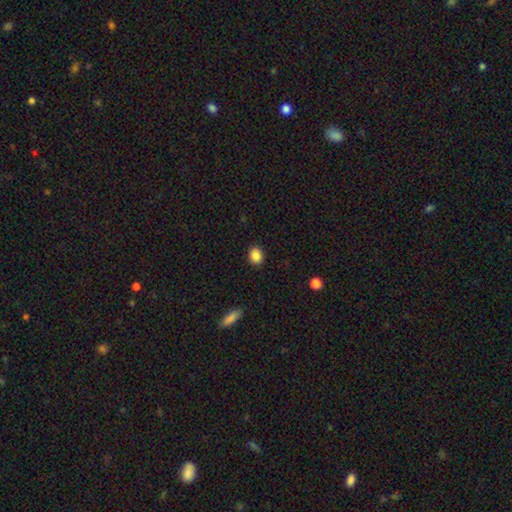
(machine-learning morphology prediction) smooth 87%, star or artifact 9%, featured or disk 4%. Down the decision tree: how rounded — round (54%); merging — none (90%).